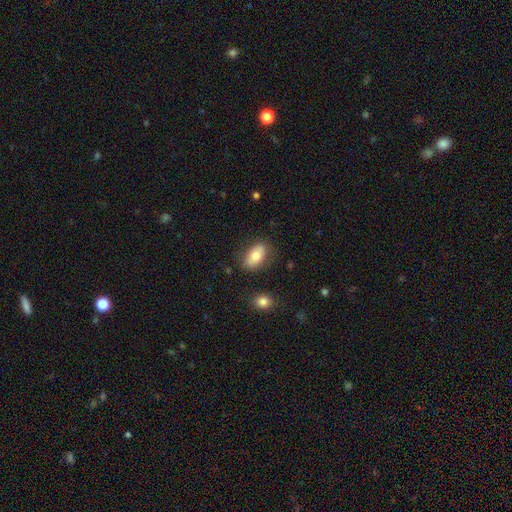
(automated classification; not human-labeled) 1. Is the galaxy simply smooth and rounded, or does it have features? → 74% smooth, 19% featured or disk, 7% star or artifact.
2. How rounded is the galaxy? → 90% in between, 6% round, 4% cigar-shaped.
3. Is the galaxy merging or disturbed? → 78% none, 15% minor disturbance, 4% major disturbance, 3% merger.